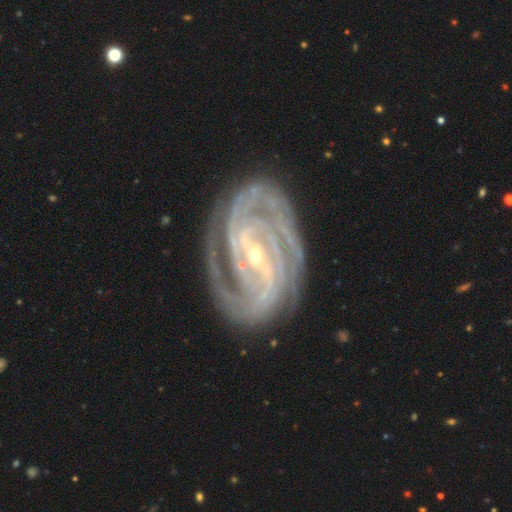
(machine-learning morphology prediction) featured or disk 93%, star or artifact 4%, smooth 3%. Down the decision tree: edge-on disk — no (97%); bar — strong (50%); spiral arms — yes (99%); spiral arm count — 2 (31%); spiral winding — tight (70%); bulge size — small (79%); merging — none (77%).